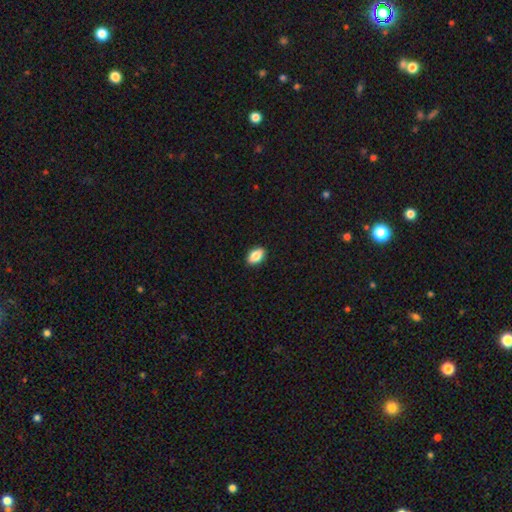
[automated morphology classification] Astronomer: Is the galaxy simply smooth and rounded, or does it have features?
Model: smooth — 85%.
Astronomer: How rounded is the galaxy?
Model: in between — 90%.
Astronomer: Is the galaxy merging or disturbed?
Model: none — 90%.